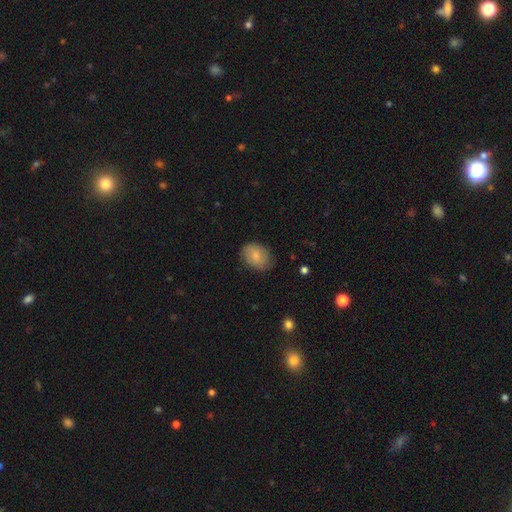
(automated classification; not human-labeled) Smooth or featured? smooth (78%)
How rounded? in between (74%)
Merging? none (73%)